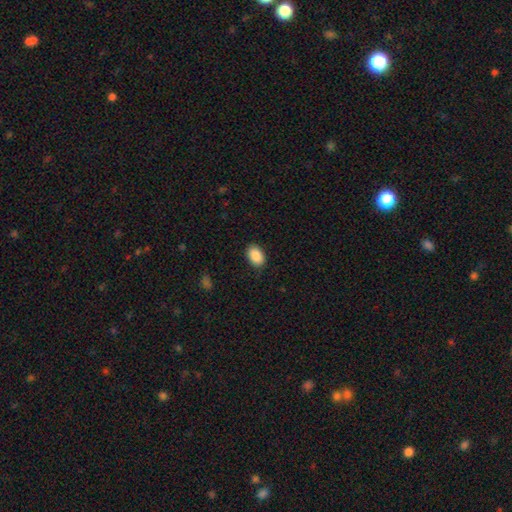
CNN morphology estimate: smooth_or_featured: smooth (p=0.89) [alt: star or artifact p=0.07]
how_rounded: in between (p=0.86) [alt: round p=0.13]
merging: none (p=0.87) [alt: minor disturbance p=0.09]